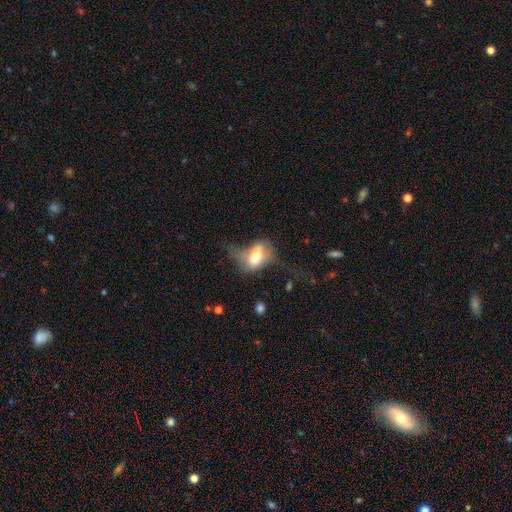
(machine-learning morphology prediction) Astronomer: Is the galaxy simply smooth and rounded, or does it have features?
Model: smooth — 51% (runner-up: featured or disk, 41%).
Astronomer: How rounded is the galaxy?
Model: in between — 84%.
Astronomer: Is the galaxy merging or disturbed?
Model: major disturbance — 47% (runner-up: none, 23%).